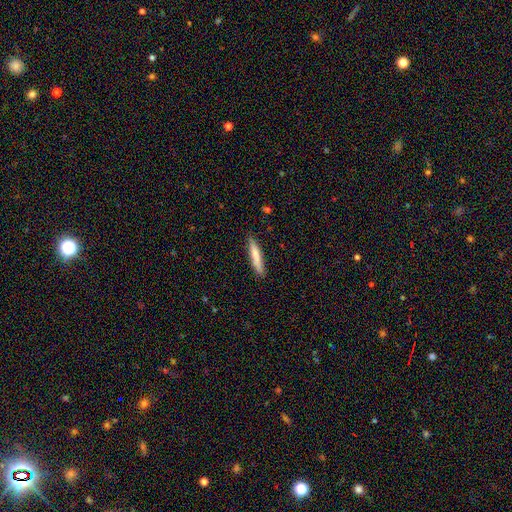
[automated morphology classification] This appears to be a smooth galaxy with no disk features (76%) that is cigar-shaped (91%). Merging: none (85%).